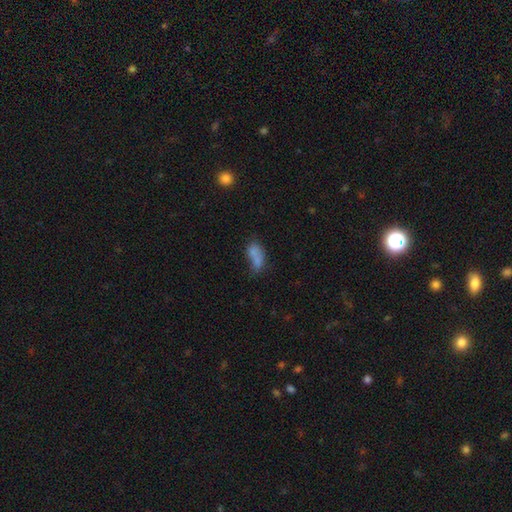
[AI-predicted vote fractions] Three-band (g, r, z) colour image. It shows a smooth galaxy with no disk features (73%) that is in between round and cigar-shaped (81%). Merging: merger (46%).